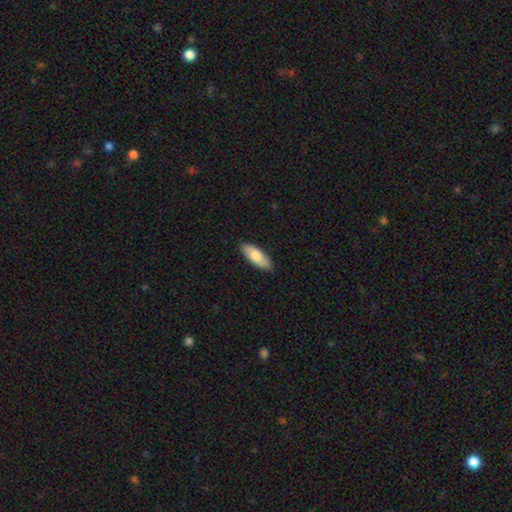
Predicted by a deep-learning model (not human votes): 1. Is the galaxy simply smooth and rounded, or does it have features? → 79% smooth, 15% featured or disk, 5% star or artifact.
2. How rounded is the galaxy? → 70% in between, 28% cigar-shaped, 2% round.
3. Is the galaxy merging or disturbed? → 88% none, 9% minor disturbance, 2% major disturbance, 1% merger.